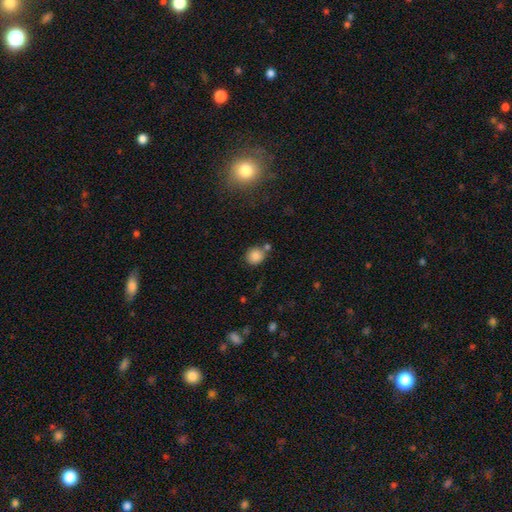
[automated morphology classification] This appears to be a smooth galaxy with no disk features (84%) that is round (81%). Merging: none (63%).